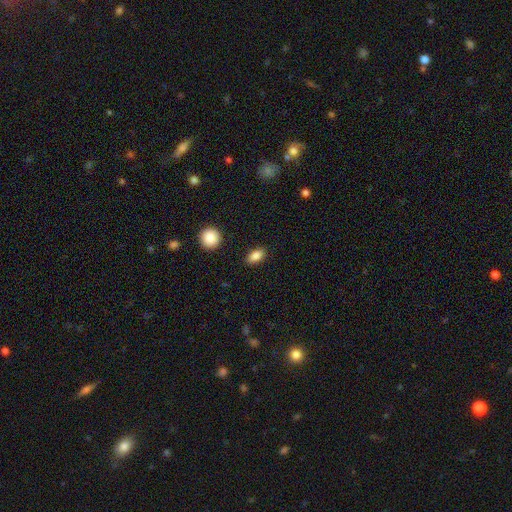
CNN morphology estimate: smooth-or-featured: smooth: 86% | star or artifact: 9% | featured or disk: 6%
  how-rounded: in between: 85% | round: 10% | cigar-shaped: 5%
  merging: none: 88% | minor disturbance: 8% | major disturbance: 2% | merger: 2%